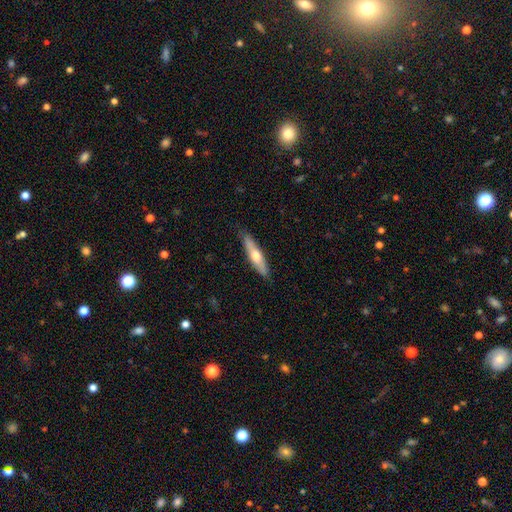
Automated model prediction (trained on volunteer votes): Smooth or featured: smooth — 51% (featured or disk — 44%)
How rounded: cigar-shaped — 82% (in between — 16%)
Merging: none — 85% (minor disturbance — 11%)